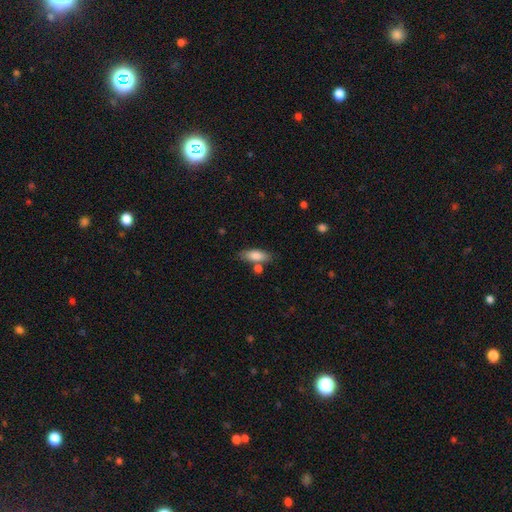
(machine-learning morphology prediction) Smooth or featured?
  - smooth: 82% *
  - featured or disk: 11%
  - star or artifact: 7%
How rounded?
  - in between: 73% *
  - cigar-shaped: 24%
  - round: 3%
Merging?
  - none: 70% *
  - minor disturbance: 15%
  - merger: 12%
  - major disturbance: 4%